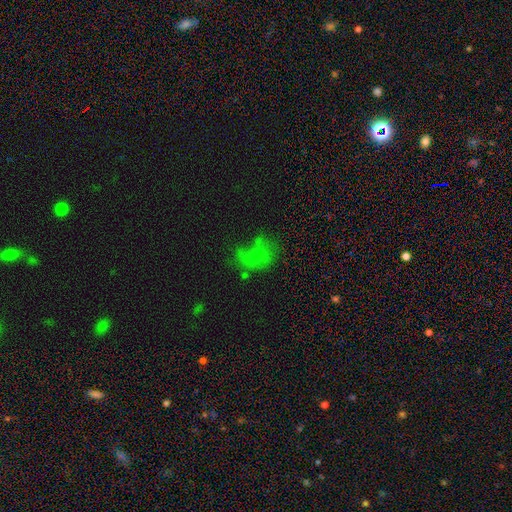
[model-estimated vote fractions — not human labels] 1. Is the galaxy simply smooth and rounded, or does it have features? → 50% smooth, 28% featured or disk, 22% star or artifact.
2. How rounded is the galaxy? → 72% in between, 26% round, 2% cigar-shaped.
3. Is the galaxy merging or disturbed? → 39% none, 31% major disturbance, 23% minor disturbance, 7% merger.